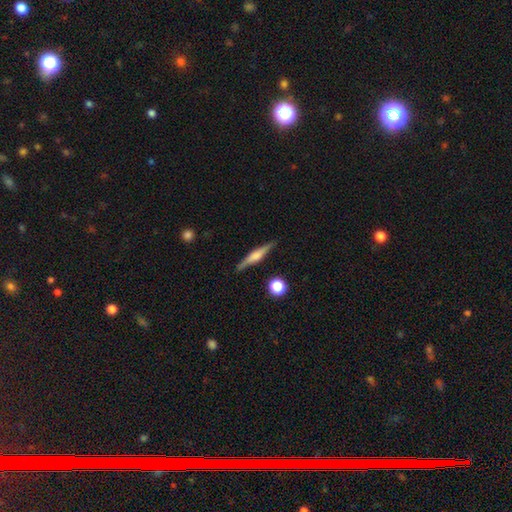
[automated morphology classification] type=featured or disk (66%); edge-on=yes (97%); edge-on bulge=rounded (73%); merging=none (88%).